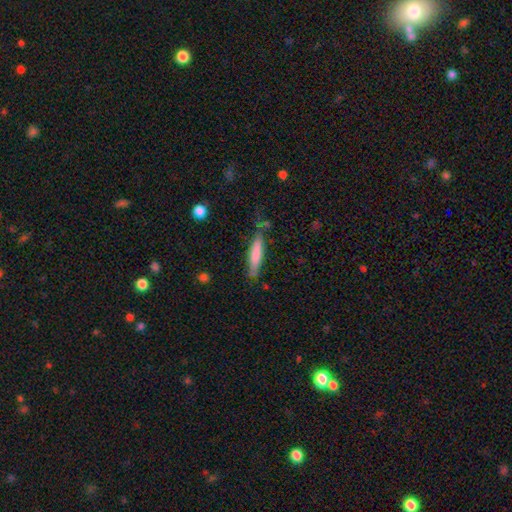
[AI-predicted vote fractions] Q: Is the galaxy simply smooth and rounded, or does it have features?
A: smooth — 73%.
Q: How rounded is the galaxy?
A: cigar-shaped — 86%.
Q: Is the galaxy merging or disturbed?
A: none — 65%.